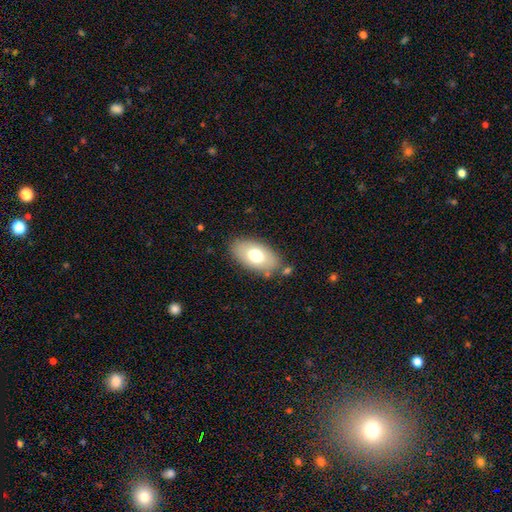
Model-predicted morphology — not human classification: A smooth galaxy with no disk features (69%) that is in between round and cigar-shaped (93%). Merging: none (80%).